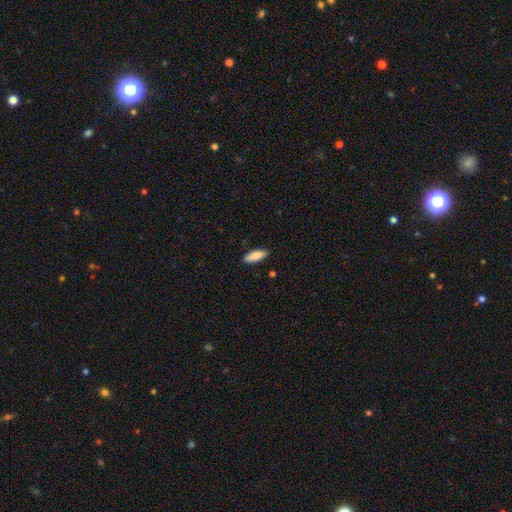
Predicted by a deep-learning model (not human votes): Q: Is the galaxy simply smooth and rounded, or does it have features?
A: smooth — 82%.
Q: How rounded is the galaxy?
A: in between — 67%.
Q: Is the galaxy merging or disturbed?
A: none — 89%.